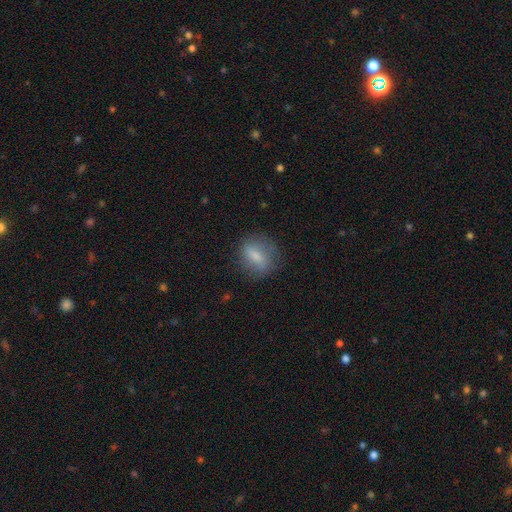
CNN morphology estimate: Smooth or featured?
  - smooth: 69% *
  - featured or disk: 22%
  - star or artifact: 8%
How rounded?
  - in between: 49% *
  - round: 46%
  - cigar-shaped: 5%
Merging?
  - none: 74% *
  - minor disturbance: 18%
  - major disturbance: 7%
  - merger: 1%